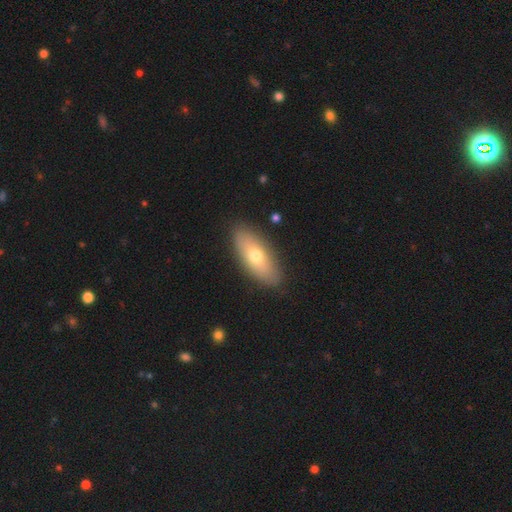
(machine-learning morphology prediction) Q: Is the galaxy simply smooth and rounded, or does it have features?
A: smooth — 64%.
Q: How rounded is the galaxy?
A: in between — 77%.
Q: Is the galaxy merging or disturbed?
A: none — 88%.